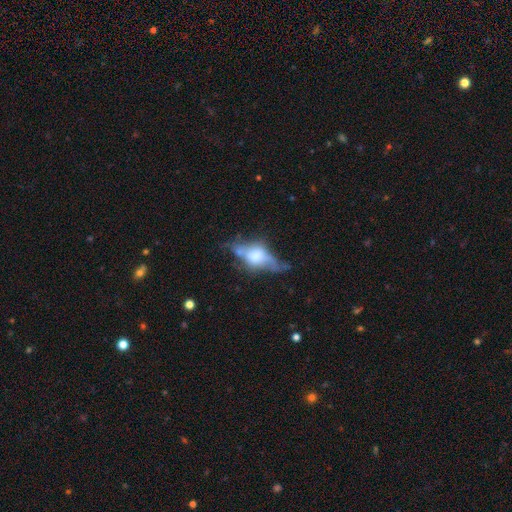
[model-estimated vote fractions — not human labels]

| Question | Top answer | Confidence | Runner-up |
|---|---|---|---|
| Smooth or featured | featured or disk | 56% | smooth (35%) |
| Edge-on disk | yes | 51% | no (49%) |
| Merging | major disturbance | 33% | none (29%) |